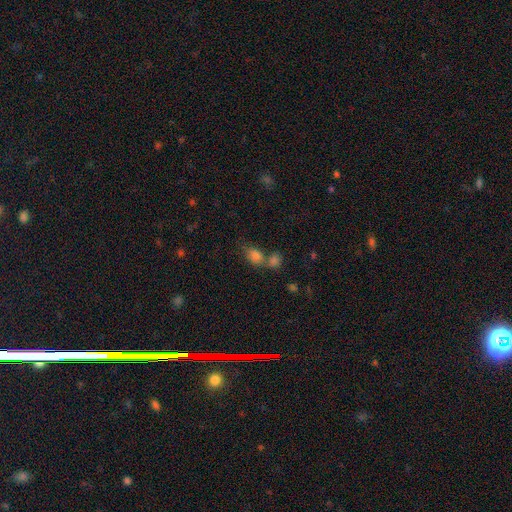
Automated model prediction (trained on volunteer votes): A smooth galaxy with no disk features (78%) that is in between round and cigar-shaped (70%).

Vote fractions:
- Smooth or featured? smooth: 78% / star or artifact: 14% / featured or disk: 9%
- How rounded? in between: 70% / round: 28% / cigar-shaped: 2%
- Merging? merger: 43% / none: 41% / minor disturbance: 11% / major disturbance: 5%